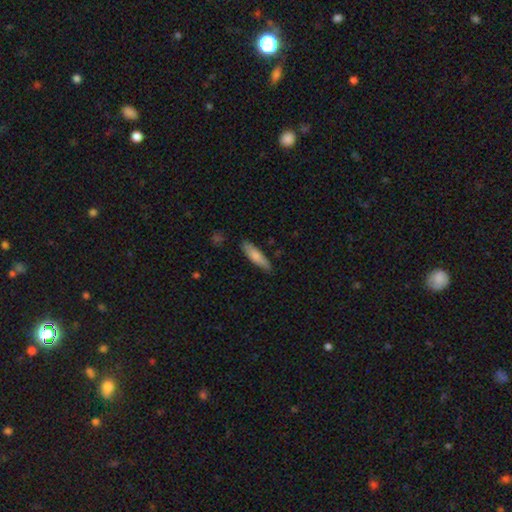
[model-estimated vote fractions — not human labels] Smooth or featured? Predicted: smooth (p=0.78). How rounded? Predicted: cigar-shaped (p=0.58). Merging? Predicted: none (p=0.81).